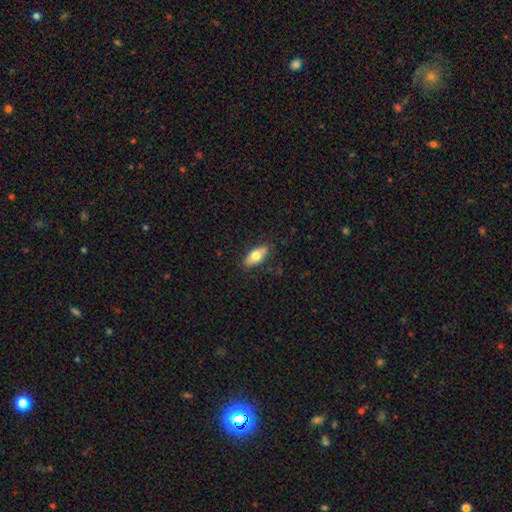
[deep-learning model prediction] Smooth or featured? Predicted: smooth (p=0.73). How rounded? Predicted: in between (p=0.85). Merging? Predicted: none (p=0.86).